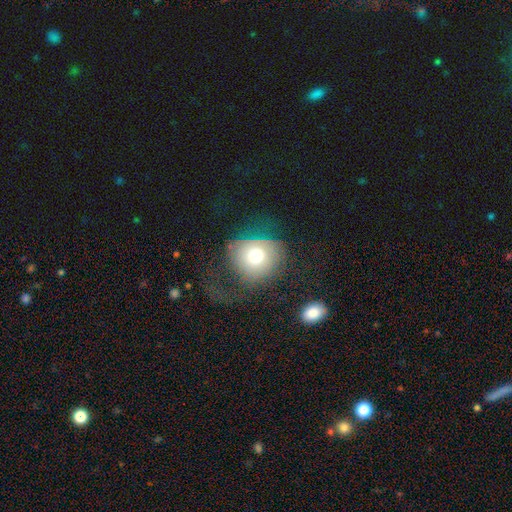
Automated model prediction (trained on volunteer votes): Overall: smooth (67%). How rounded: round (77%). Merging: none (44%; major disturbance 34%).